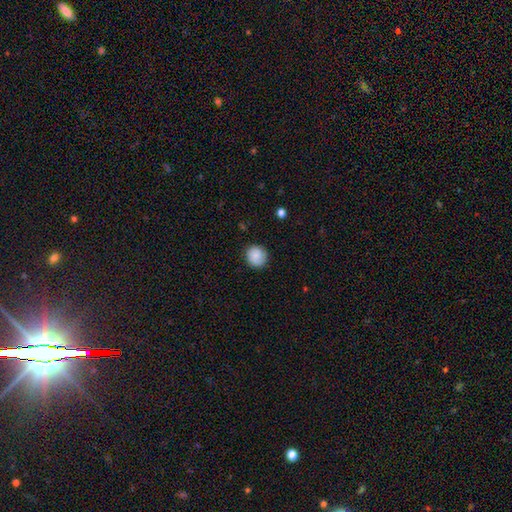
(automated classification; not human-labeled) Smooth or featured? Predicted: smooth (p=0.87). How rounded? Predicted: round (p=0.89). Merging? Predicted: none (p=0.87).